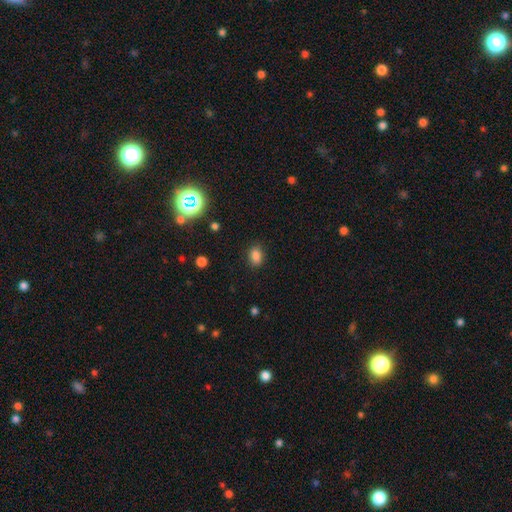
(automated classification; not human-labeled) This is clearly a smooth galaxy (83%). How rounded: likely in between (72%). Merging: clearly none (87%).